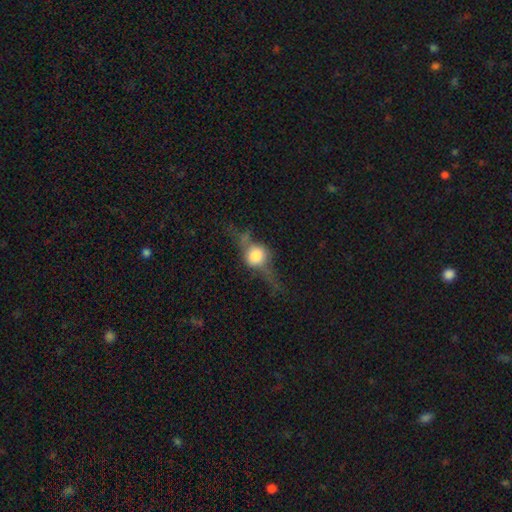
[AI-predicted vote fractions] smooth-or-featured: featured or disk: 61% | smooth: 29% | star or artifact: 9%
  disk-edge-on: yes: 86% | no: 14%
    edge-on-bulge: rounded: 92% | boxy: 6% | none: 2%
  merging: none: 55% | minor disturbance: 22% | major disturbance: 20% | merger: 4%